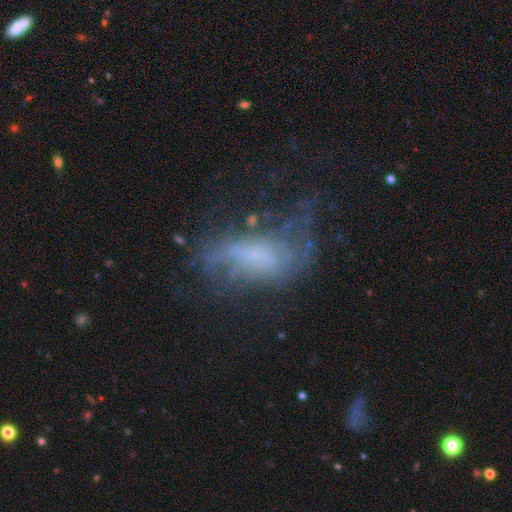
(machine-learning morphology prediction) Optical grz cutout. It shows a featured or disk galaxy (58%) with no bar (72%), no spiral arms (50%, tied with yes) and a small central bulge (52%). Merging: none (38%).